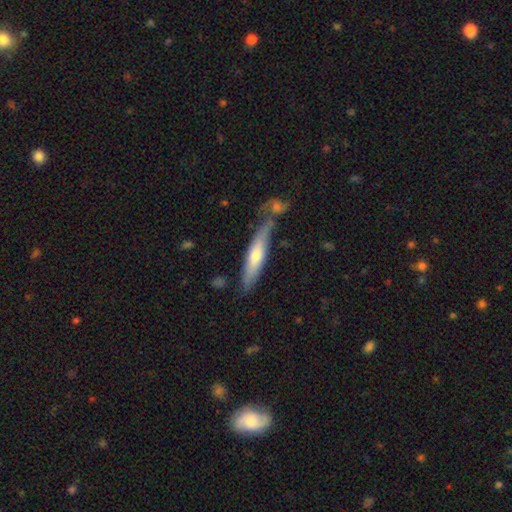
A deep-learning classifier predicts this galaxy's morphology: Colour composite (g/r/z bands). It shows a smooth galaxy with no disk features (52%) that is cigar-shaped (84%). Merging: none (64%).